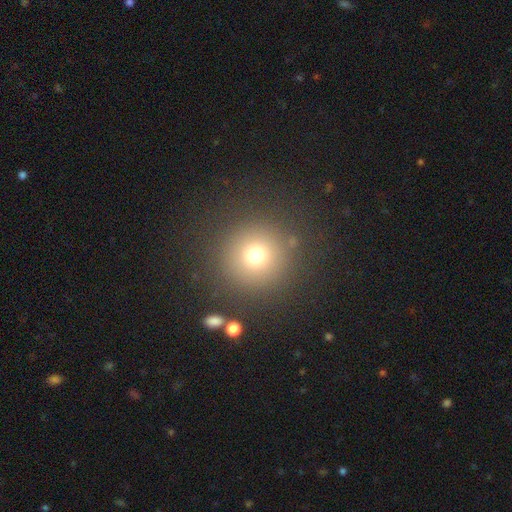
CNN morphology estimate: type=smooth (73%); roundness=round (95%); merging=none (86%).